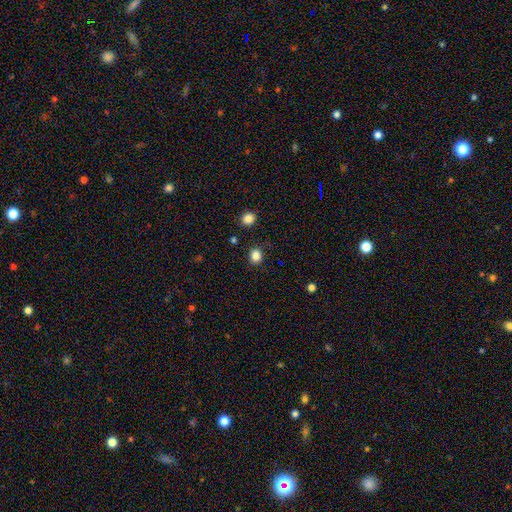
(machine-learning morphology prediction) A smooth galaxy with no disk features (85%) that is round (76%).

Vote fractions:
- Smooth or featured? smooth: 85% / star or artifact: 12% / featured or disk: 4%
- How rounded? round: 76% / in between: 23% / cigar-shaped: 1%
- Merging? none: 89% / minor disturbance: 7% / major disturbance: 2% / merger: 2%